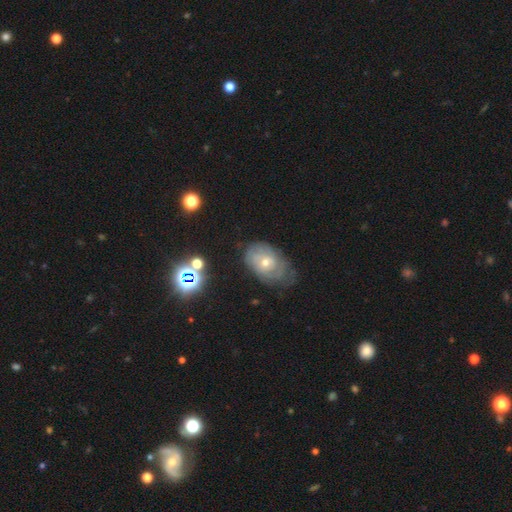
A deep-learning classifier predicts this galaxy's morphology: smooth_or_featured: featured or disk (p=0.68) [alt: smooth p=0.22]
disk_edge_on: no (p=0.96) [alt: yes p=0.04]
bar: no (p=0.77) [alt: weak p=0.20]
has_spiral_arms: yes (p=0.81) [alt: no p=0.19]
spiral_winding: tight (p=0.70) [alt: medium p=0.22]
spiral_arm_count: can't tell (p=0.58) [alt: 2 p=0.18]
bulge_size: small (p=0.49) [alt: moderate p=0.47]
merging: none (p=0.59) [alt: minor disturbance p=0.26]